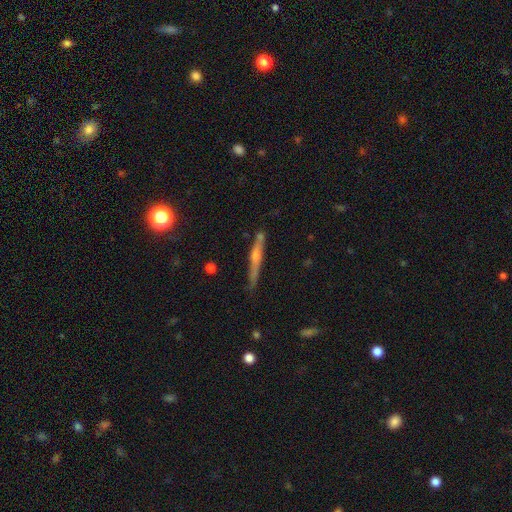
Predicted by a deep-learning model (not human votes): Smooth or featured? Predicted: featured or disk (p=0.63). Edge-on disk? Predicted: yes (p=0.96). Edge-on bulge? Predicted: rounded (p=0.66). Merging? Predicted: none (p=0.77).